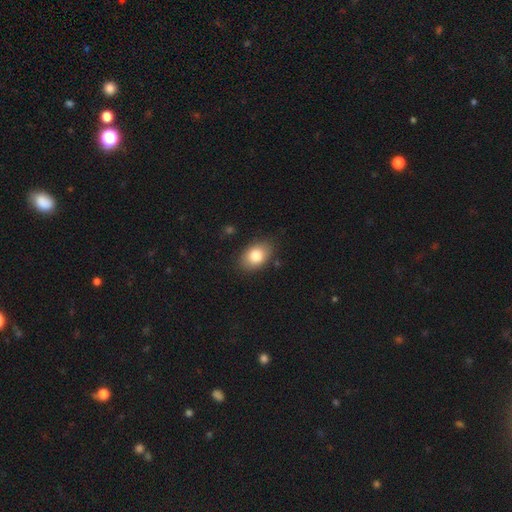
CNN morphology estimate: smooth-or-featured: smooth: 82% | featured or disk: 10% | star or artifact: 8%
  how-rounded: in between: 83% | round: 16% | cigar-shaped: 1%
  merging: none: 84% | minor disturbance: 12% | major disturbance: 3% | merger: 2%